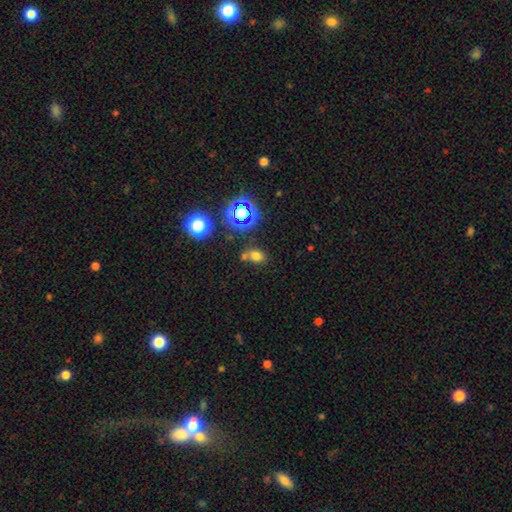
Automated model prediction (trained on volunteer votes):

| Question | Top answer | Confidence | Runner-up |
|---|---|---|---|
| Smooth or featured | smooth | 67% | star or artifact (24%) |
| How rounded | in between | 64% | round (35%) |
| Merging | none | 58% | merger (23%) |